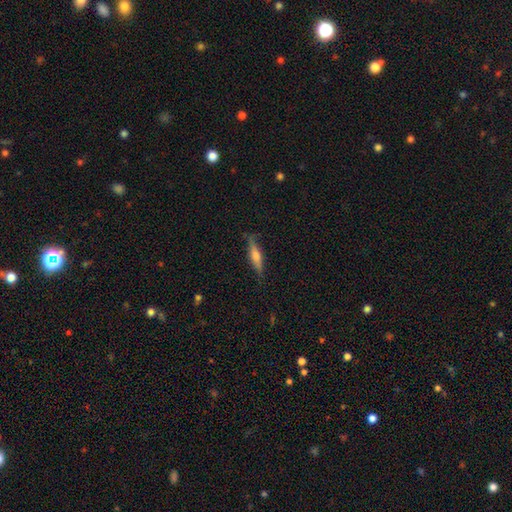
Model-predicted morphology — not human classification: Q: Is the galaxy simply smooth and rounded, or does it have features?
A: featured or disk — 52%.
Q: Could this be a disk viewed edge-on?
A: yes — 94%.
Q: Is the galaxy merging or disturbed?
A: none — 81%.